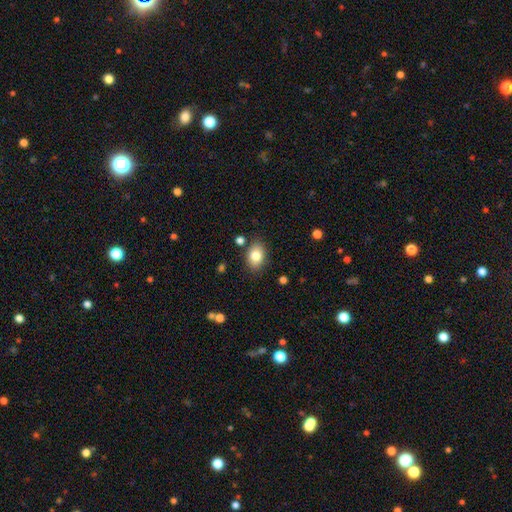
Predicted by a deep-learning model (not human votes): Smooth or featured?
  - smooth: 81% *
  - featured or disk: 11%
  - star or artifact: 8%
How rounded?
  - in between: 79% *
  - round: 20%
  - cigar-shaped: 1%
Merging?
  - none: 83% *
  - minor disturbance: 11%
  - merger: 3%
  - major disturbance: 3%